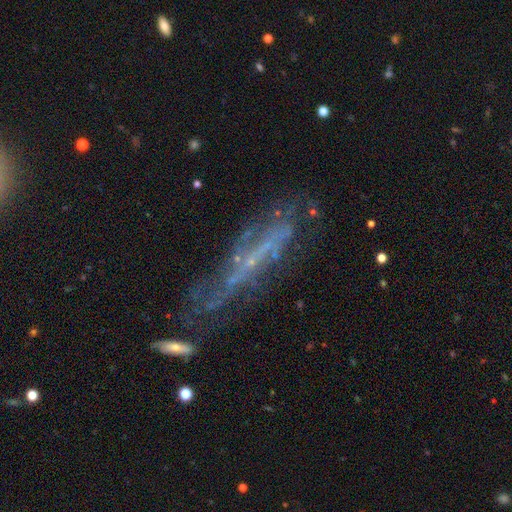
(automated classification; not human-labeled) smooth_or_featured: featured or disk (p=0.62) [alt: smooth p=0.21]
disk_edge_on: yes (p=0.50) [tied with: no p=0.50]
merging: none (p=0.48) [alt: minor disturbance p=0.23]